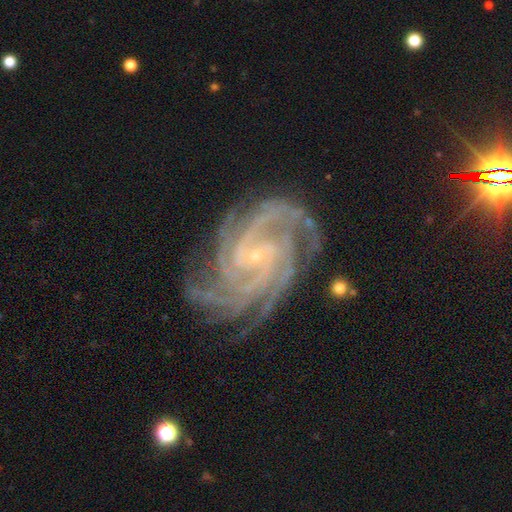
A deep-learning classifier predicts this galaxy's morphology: A featured or disk galaxy (93%) with no bar (52%), 4 (34%) tight (71%) spiral arms (99%) and a small central bulge (88%). Merging: none (77%).